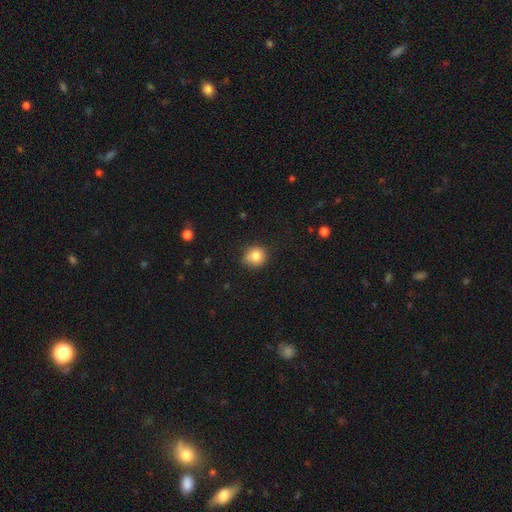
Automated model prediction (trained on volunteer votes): Smooth or featured: smooth — 80% (star or artifact — 11%)
How rounded: round — 85% (in between — 14%)
Merging: none — 71% (minor disturbance — 20%)